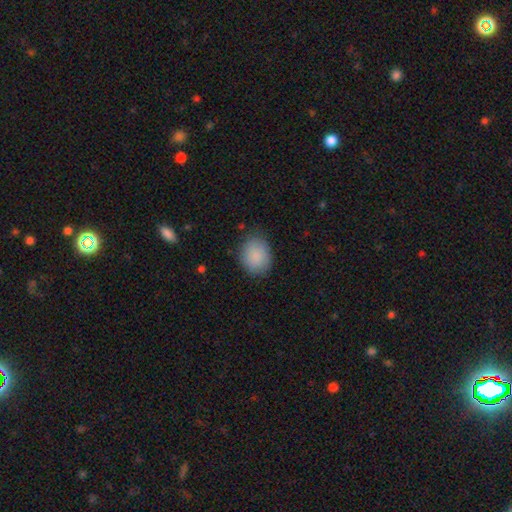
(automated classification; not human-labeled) smooth 88%, star or artifact 7%, featured or disk 5%. Down the decision tree: how rounded — round (53%); merging — none (82%).